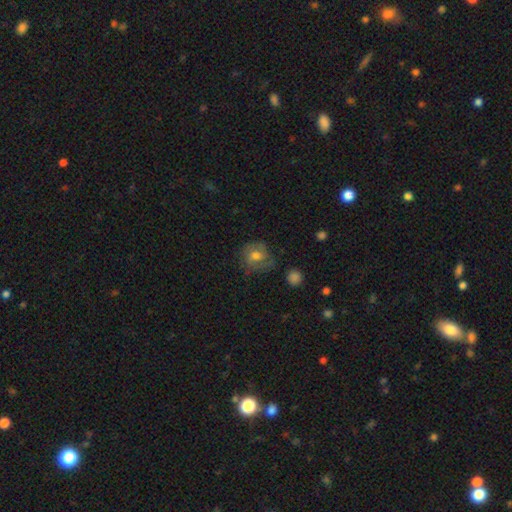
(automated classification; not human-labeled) smooth-or-featured: smooth: 50% | featured or disk: 40% | star or artifact: 10%
  how-rounded: round: 75% | in between: 24% | cigar-shaped: 1%
  merging: none: 62% | minor disturbance: 24% | major disturbance: 13% | merger: 2%